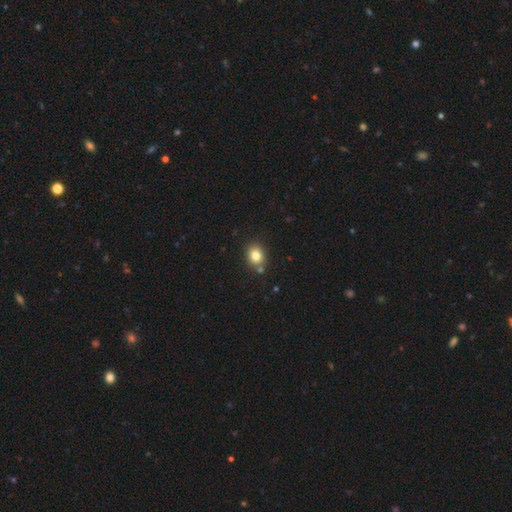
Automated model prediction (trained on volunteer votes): smooth_or_featured: smooth (p=0.81) [alt: star or artifact p=0.11]
how_rounded: round (p=0.59) [alt: in between p=0.40]
merging: none (p=0.78) [alt: minor disturbance p=0.10]